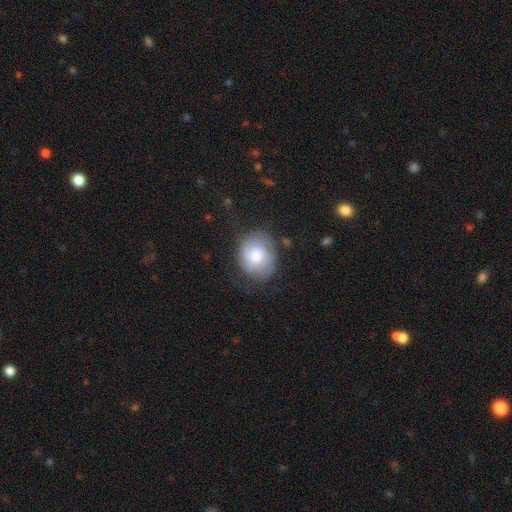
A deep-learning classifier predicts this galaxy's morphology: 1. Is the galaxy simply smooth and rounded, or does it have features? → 54% smooth, 38% featured or disk, 7% star or artifact.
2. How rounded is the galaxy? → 61% round, 38% in between, 1% cigar-shaped.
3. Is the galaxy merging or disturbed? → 58% none, 25% minor disturbance, 15% major disturbance, 2% merger.